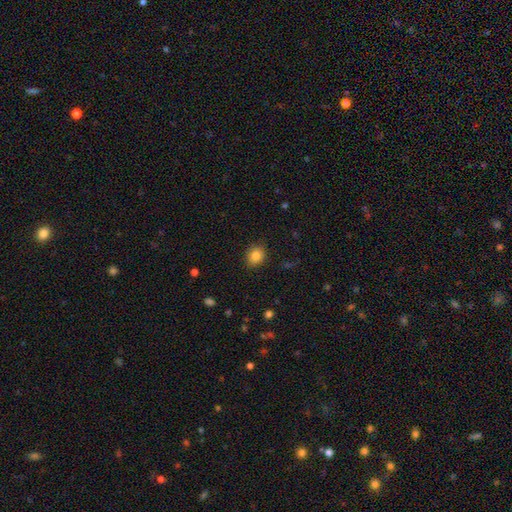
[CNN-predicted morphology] This appears to be a smooth galaxy with no disk features (85%) that is round (62%). Merging: none (88%).